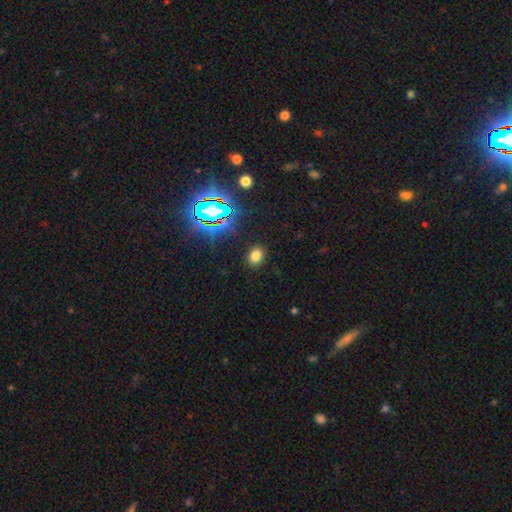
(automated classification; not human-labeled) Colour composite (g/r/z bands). It shows a smooth galaxy with no disk features (73%) that is round (50%). Merging: none (88%).